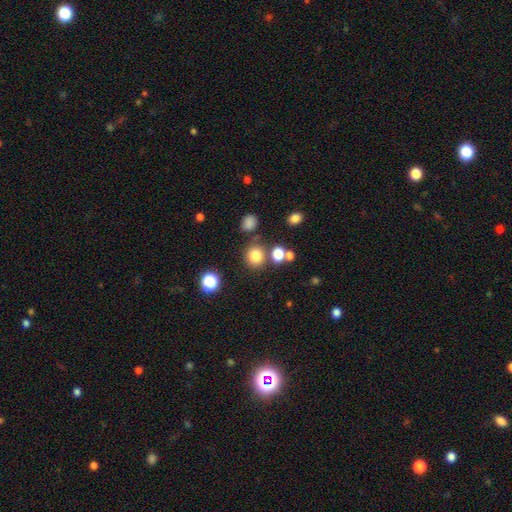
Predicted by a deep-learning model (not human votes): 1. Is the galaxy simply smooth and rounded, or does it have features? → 79% smooth, 15% star or artifact, 6% featured or disk.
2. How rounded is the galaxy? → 86% round, 13% in between, 1% cigar-shaped.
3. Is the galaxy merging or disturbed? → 76% none, 11% merger, 9% minor disturbance, 4% major disturbance.